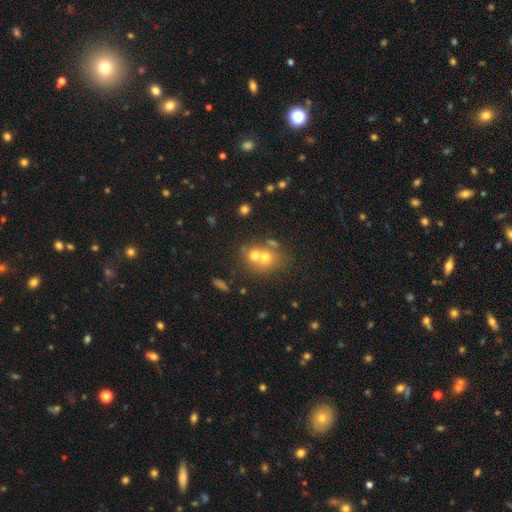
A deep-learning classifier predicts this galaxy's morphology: Smooth or featured: smooth — 56% (featured or disk — 23%)
How rounded: round — 68% (in between — 30%)
Merging: merger — 53% (none — 36%)